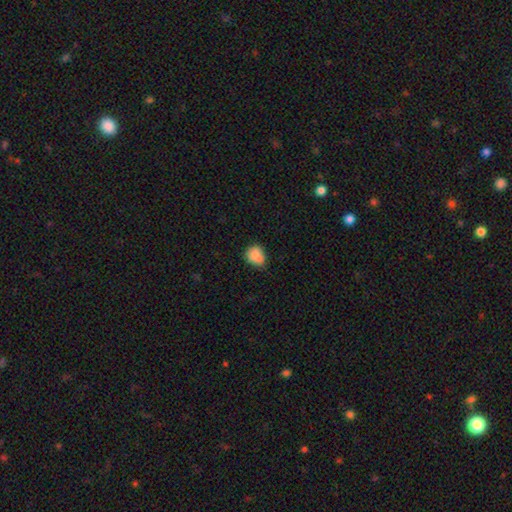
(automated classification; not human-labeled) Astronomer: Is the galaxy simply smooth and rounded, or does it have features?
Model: smooth — 84%.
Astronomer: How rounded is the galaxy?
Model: round — 58% (runner-up: in between, 41%).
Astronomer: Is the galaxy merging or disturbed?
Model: none — 59%.